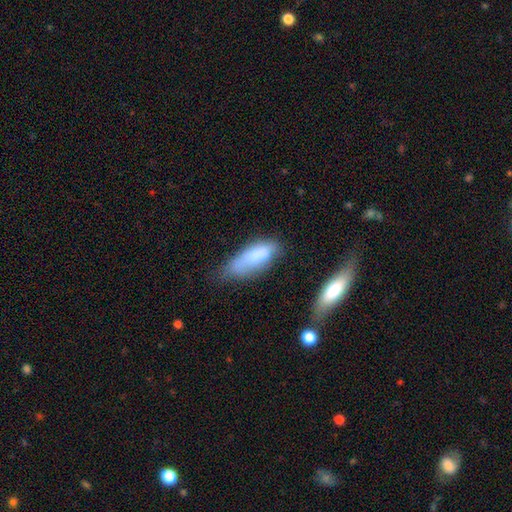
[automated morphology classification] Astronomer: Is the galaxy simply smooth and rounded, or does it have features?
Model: smooth — 74%.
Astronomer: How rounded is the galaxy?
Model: in between — 72%.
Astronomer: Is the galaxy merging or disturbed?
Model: none — 40% (runner-up: minor disturbance, 35%).